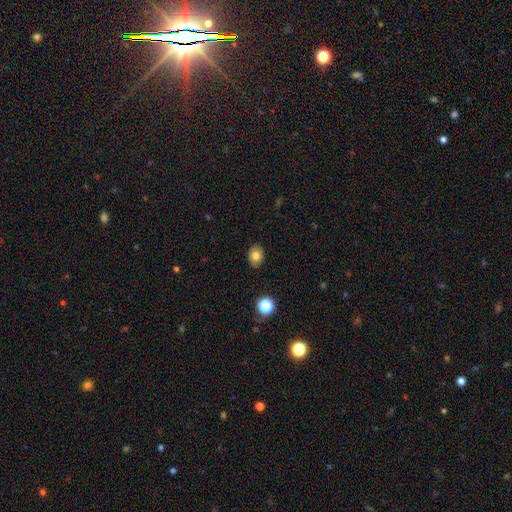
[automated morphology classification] Smooth or featured?
  - smooth: 78% *
  - featured or disk: 11%
  - star or artifact: 11%
How rounded?
  - in between: 59% *
  - round: 40%
  - cigar-shaped: 1%
Merging?
  - none: 89% *
  - minor disturbance: 8%
  - major disturbance: 2%
  - merger: 1%